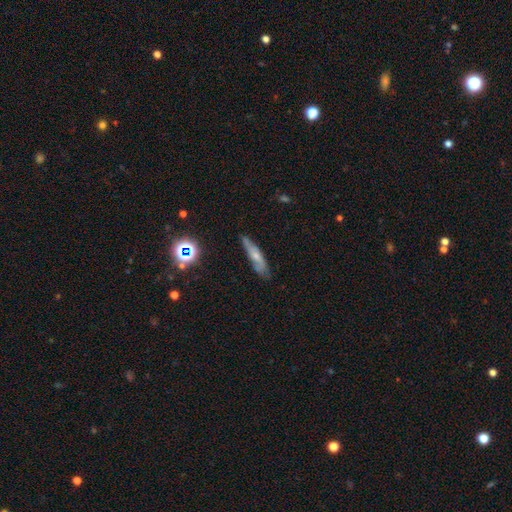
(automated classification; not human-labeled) Smooth or featured?
  - featured or disk: 45% * (tied)
  - smooth: 45% * (tied)
  - star or artifact: 10%
Merging?
  - none: 66% *
  - minor disturbance: 25%
  - major disturbance: 6%
  - merger: 2%